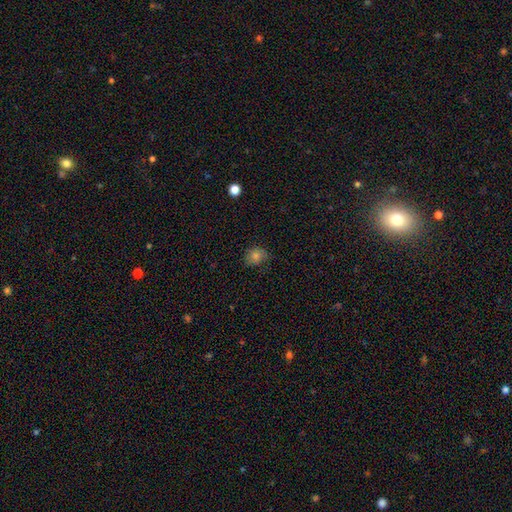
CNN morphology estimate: type=smooth (74%); roundness=round (64%); merging=none (71%).